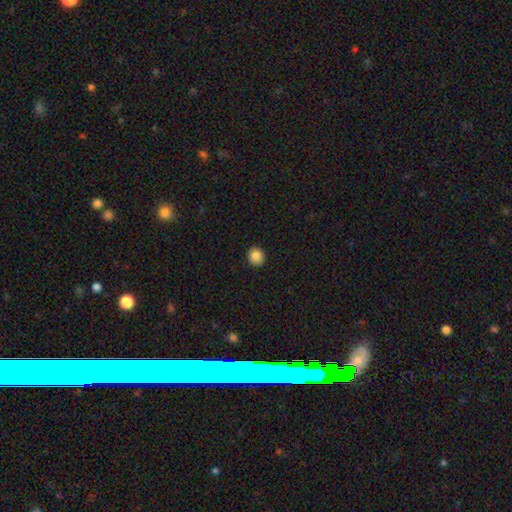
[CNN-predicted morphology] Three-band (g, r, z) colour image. It shows a smooth galaxy with no disk features (85%) that is round (80%). Merging: none (89%).